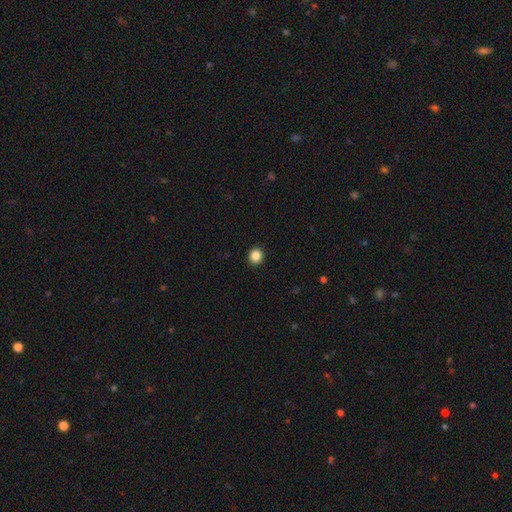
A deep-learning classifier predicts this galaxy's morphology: A smooth galaxy with no disk features (85%) that is round (90%).

Vote fractions:
- Smooth or featured? smooth: 85% / star or artifact: 11% / featured or disk: 4%
- How rounded? round: 90% / in between: 9% / cigar-shaped: 1%
- Merging? none: 93% / minor disturbance: 4% / major disturbance: 1% / merger: 1%